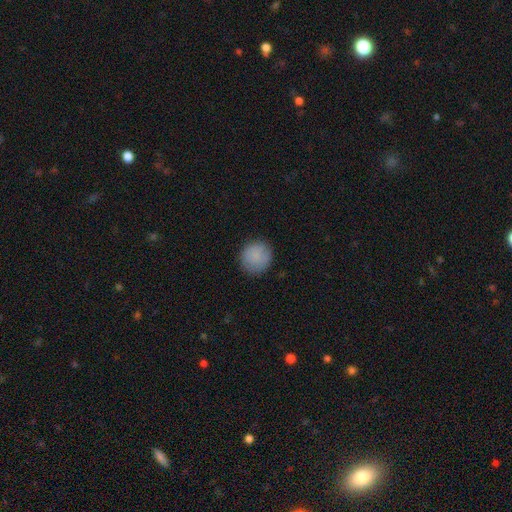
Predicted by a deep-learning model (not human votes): Morphology: type=smooth (85%); roundness=round (89%); merging=none (83%).